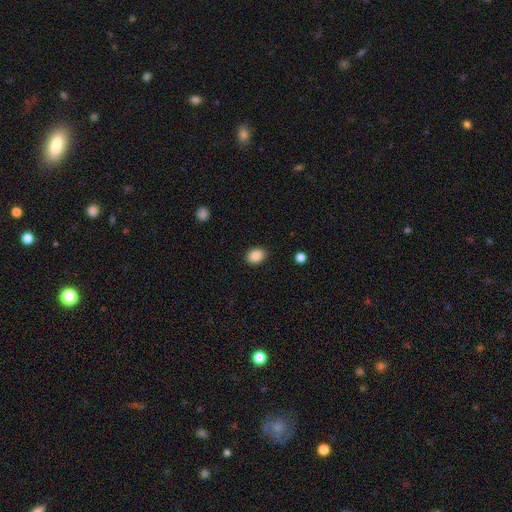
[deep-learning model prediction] The model was most divided on "how rounded": in between: 64%, round: 35%, cigar-shaped: 1%. More confident: smooth or featured — smooth (88%); merging — none (88%).